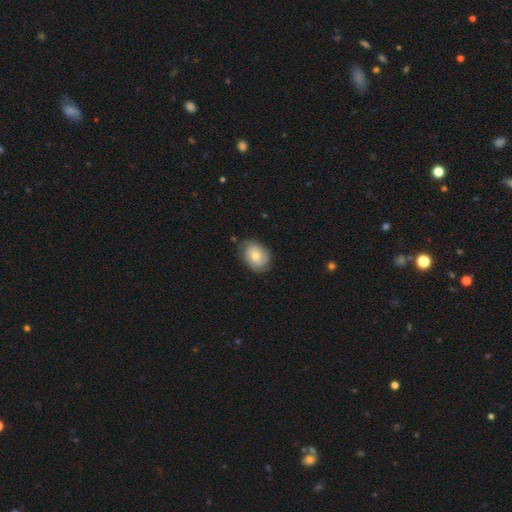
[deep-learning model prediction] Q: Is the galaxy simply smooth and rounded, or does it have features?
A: smooth — 61%.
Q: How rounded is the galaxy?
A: in between — 67%.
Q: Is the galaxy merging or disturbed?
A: none — 70%.